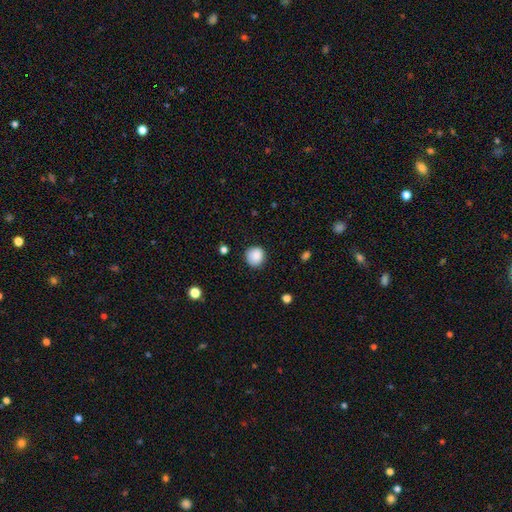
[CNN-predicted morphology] Smooth or featured? Predicted: smooth (p=0.87). How rounded? Predicted: round (p=0.91). Merging? Predicted: none (p=0.84).